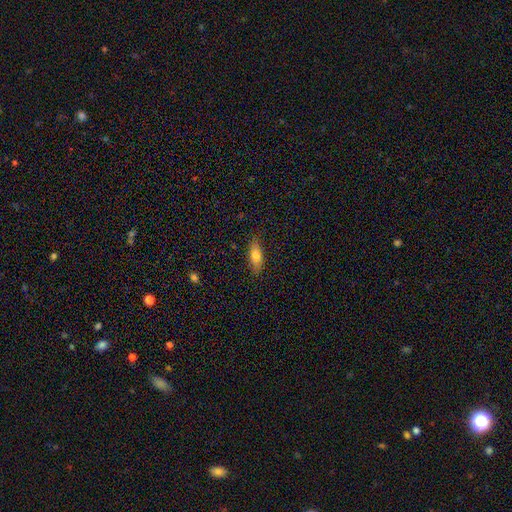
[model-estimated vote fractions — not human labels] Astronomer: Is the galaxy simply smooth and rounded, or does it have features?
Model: smooth — 76%.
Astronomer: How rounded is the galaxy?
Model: in between — 71%.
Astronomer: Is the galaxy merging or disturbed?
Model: none — 84%.